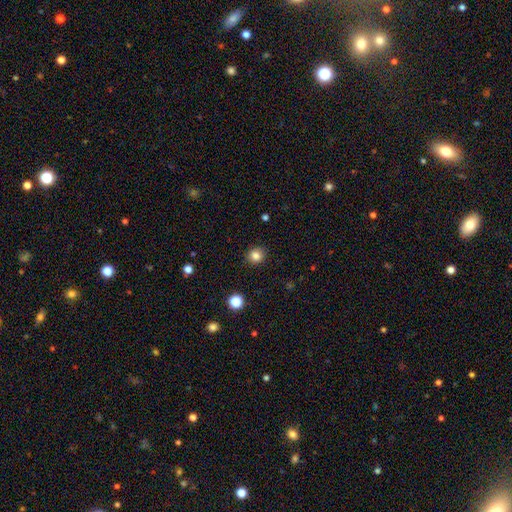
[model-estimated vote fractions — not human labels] Overall: smooth (83%). How rounded: round (86%). Merging: none (89%).